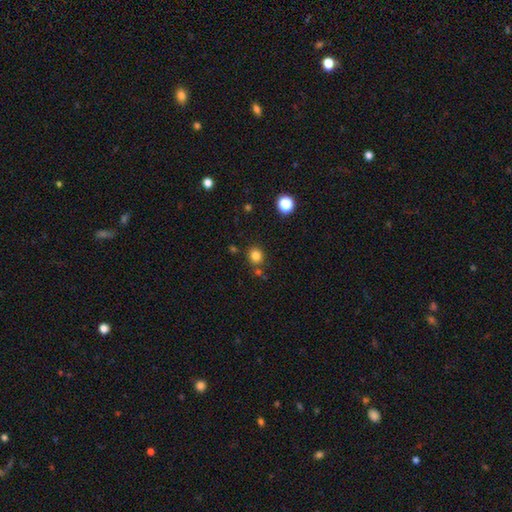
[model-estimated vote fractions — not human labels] A smooth galaxy with no disk features (82%) that is round (85%).

Vote fractions:
- Smooth or featured? smooth: 82% / star or artifact: 13% / featured or disk: 5%
- How rounded? round: 85% / in between: 14% / cigar-shaped: 1%
- Merging? none: 81% / minor disturbance: 9% / merger: 7% / major disturbance: 3%